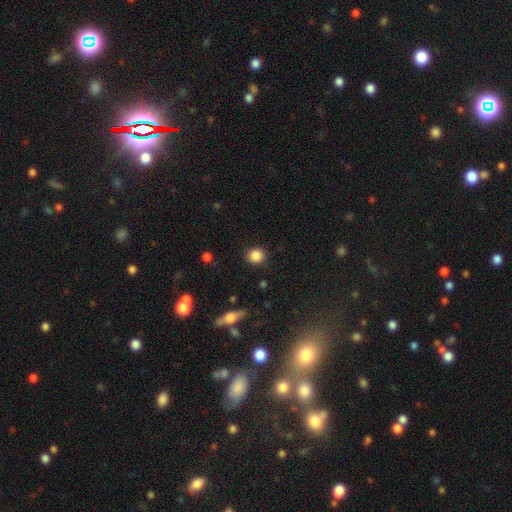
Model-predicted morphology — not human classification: Smooth or featured? Predicted: smooth (p=0.86). How rounded? Predicted: round (p=0.87). Merging? Predicted: none (p=0.88).